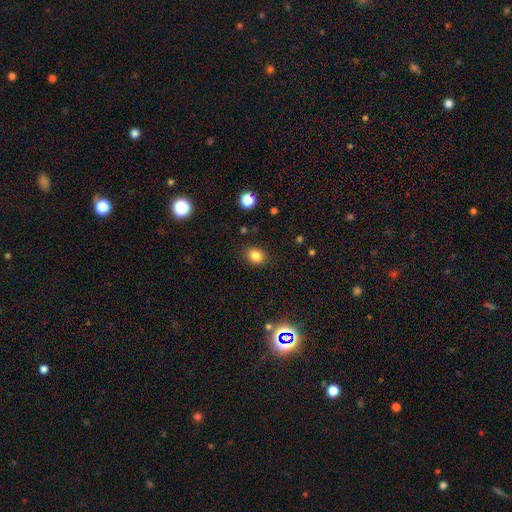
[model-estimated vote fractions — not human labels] Q: Smooth or featured?
A: smooth (83%); runner-up: star or artifact (12%)
Q: How rounded?
A: round (55%); runner-up: in between (44%)
Q: Merging?
A: none (86%); runner-up: minor disturbance (10%)